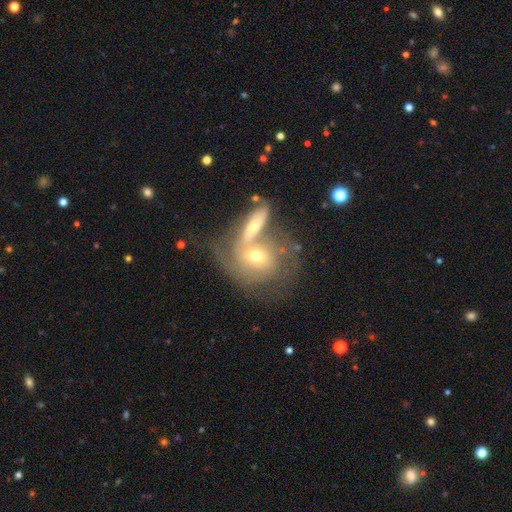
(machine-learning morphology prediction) Smooth or featured? Predicted: featured or disk (p=0.57). Edge-on disk? Predicted: no (p=0.88). Merging? Predicted: merger (p=0.54).